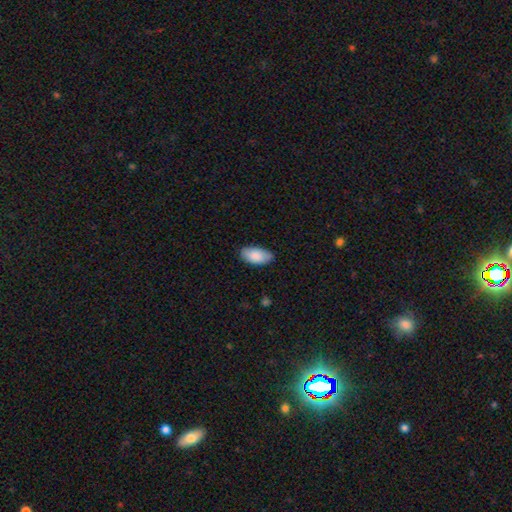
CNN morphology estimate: The model was most divided on "merging": none: 84%, minor disturbance: 13%, major disturbance: 2%, merger: 1%. More confident: how rounded — in between (95%); smooth or featured — smooth (87%).